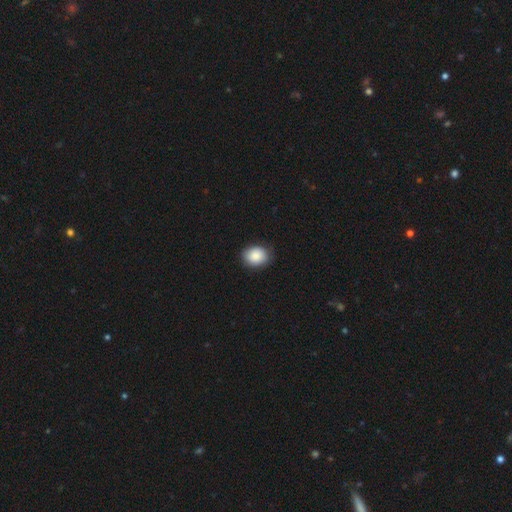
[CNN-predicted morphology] smooth_or_featured: smooth (p=0.87) [alt: star or artifact p=0.07]
how_rounded: in between (p=0.52) [alt: round p=0.47]
merging: none (p=0.82) [alt: minor disturbance p=0.14]